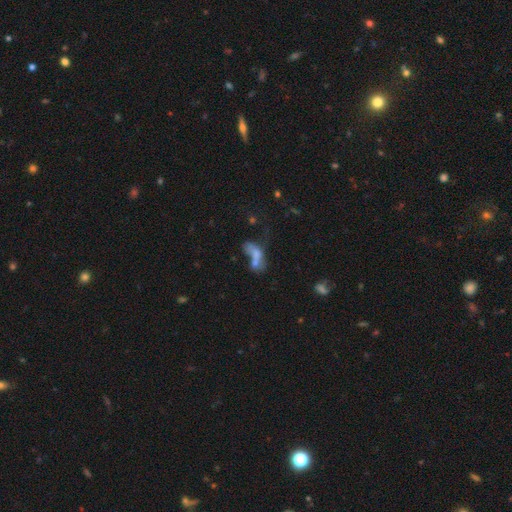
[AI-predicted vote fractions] Smooth or featured?
  - smooth: 54% *
  - featured or disk: 31%
  - star or artifact: 15%
How rounded?
  - in between: 75% *
  - cigar-shaped: 13%
  - round: 12%
Merging?
  - merger: 61% *
  - major disturbance: 17%
  - none: 14%
  - minor disturbance: 8%